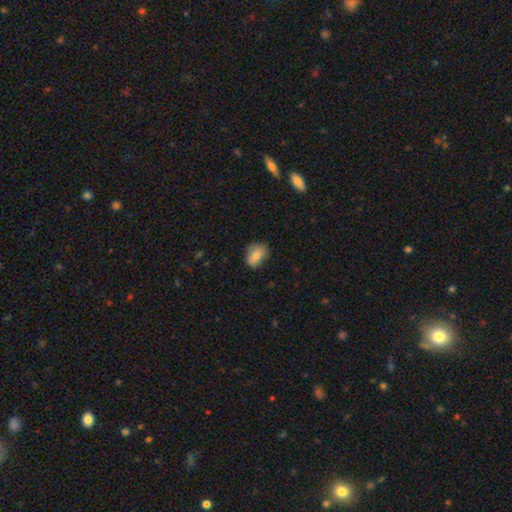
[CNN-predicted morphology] type=smooth (78%); roundness=in between (69%); merging=none (75%).